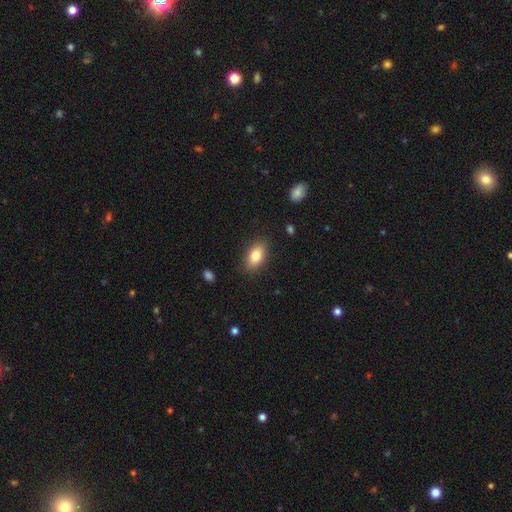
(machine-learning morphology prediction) Smooth or featured? Predicted: smooth (p=0.81). How rounded? Predicted: in between (p=0.88). Merging? Predicted: none (p=0.87).